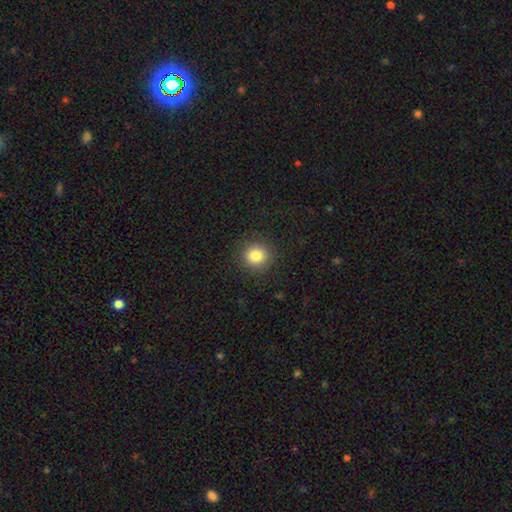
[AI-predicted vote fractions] Smooth or featured?
  - smooth: 83% *
  - star or artifact: 11%
  - featured or disk: 5%
How rounded?
  - round: 92% *
  - in between: 7%
  - cigar-shaped: 1%
Merging?
  - none: 91% *
  - minor disturbance: 6%
  - major disturbance: 2%
  - merger: 1%